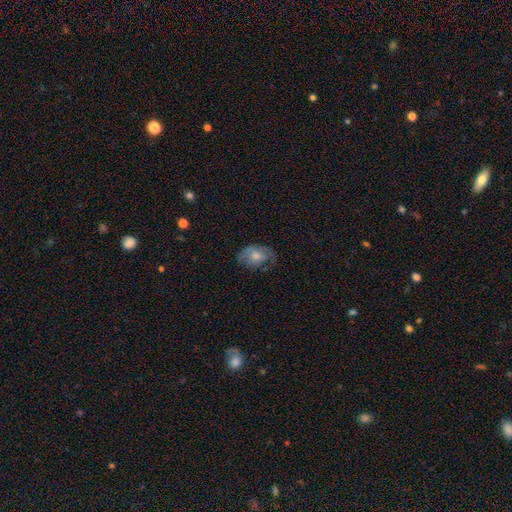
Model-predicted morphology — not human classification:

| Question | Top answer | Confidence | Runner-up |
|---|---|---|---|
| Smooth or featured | smooth | 56% | featured or disk (36%) |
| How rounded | in between | 79% | round (19%) |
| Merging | none | 52% | minor disturbance (29%) |